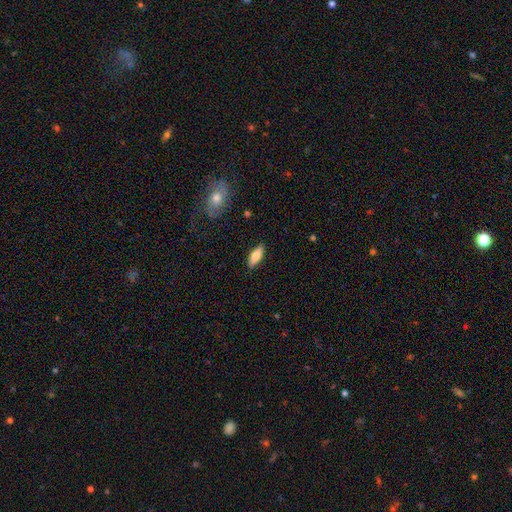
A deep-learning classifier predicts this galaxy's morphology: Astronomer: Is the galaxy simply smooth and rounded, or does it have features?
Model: smooth — 71%.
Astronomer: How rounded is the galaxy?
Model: in between — 64%.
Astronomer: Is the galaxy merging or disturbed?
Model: none — 88%.